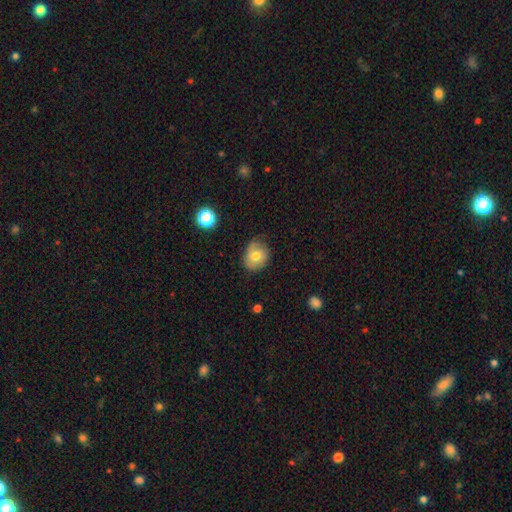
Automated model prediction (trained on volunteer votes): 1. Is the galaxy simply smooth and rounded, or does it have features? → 67% smooth, 24% featured or disk, 9% star or artifact.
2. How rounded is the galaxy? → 58% round, 41% in between, 1% cigar-shaped.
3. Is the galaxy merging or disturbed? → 68% none, 25% minor disturbance, 6% major disturbance, 1% merger.